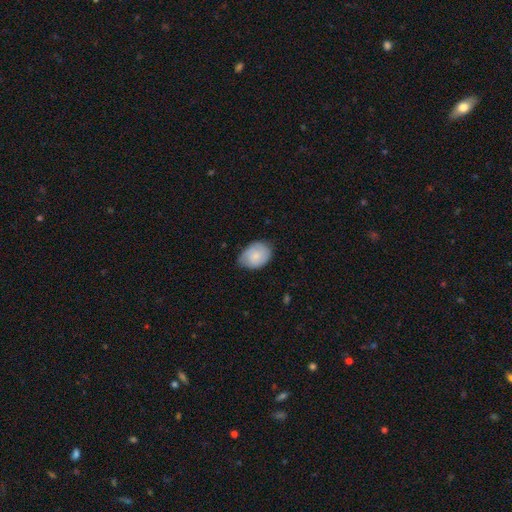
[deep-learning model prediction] Smooth or featured: smooth — 72% (featured or disk — 22%)
How rounded: in between — 68% (round — 32%)
Merging: none — 63% (minor disturbance — 31%)